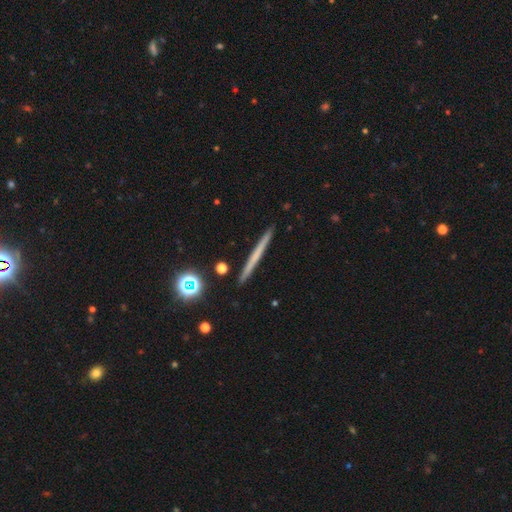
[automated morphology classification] The model was most divided on "smooth or featured" (2-way tie): featured or disk: 46%, smooth: 46%, star or artifact: 8%. More confident: merging — none (92%).